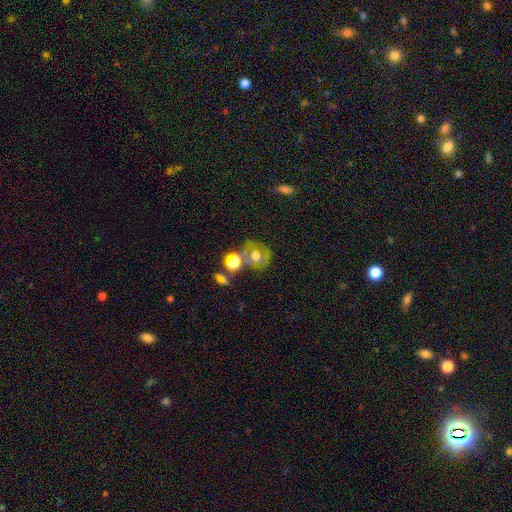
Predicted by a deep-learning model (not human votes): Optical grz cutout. It shows a featured or disk galaxy (43%). Merging: none (47%).